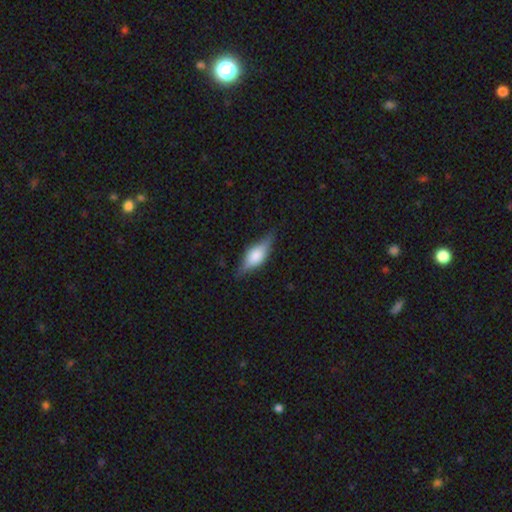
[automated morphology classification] This is possibly a smooth galaxy (46%, tied with featured or disk). Merging: likely none (77%).